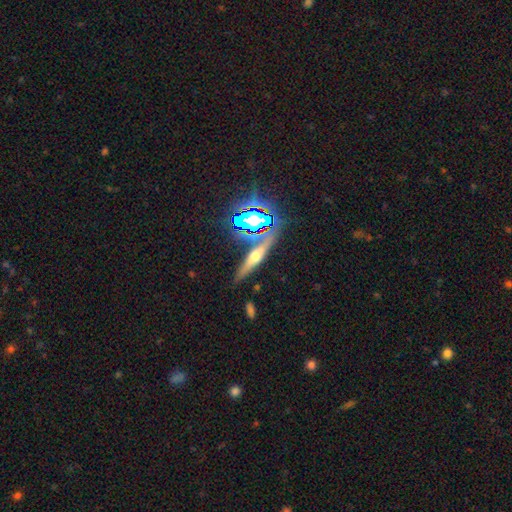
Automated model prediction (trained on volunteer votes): Q: Smooth or featured?
A: featured or disk (51%); runner-up: smooth (29%)
Q: Edge-on disk?
A: yes (87%); runner-up: no (13%)
Q: Merging?
A: none (76%); runner-up: minor disturbance (12%)